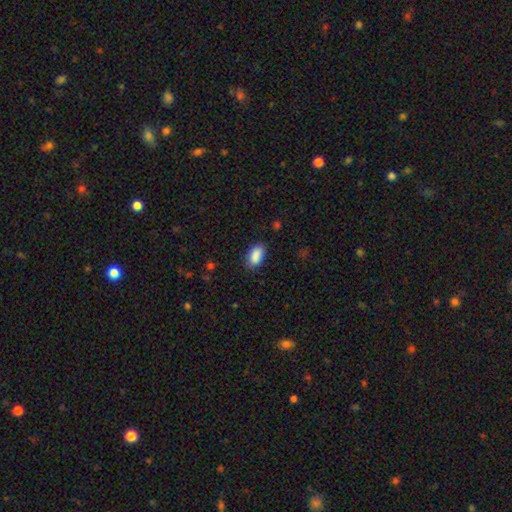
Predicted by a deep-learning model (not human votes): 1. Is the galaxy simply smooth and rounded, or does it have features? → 89% smooth, 7% star or artifact, 4% featured or disk.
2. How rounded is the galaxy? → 93% in between, 4% round, 3% cigar-shaped.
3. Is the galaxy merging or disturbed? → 81% none, 15% minor disturbance, 3% major disturbance, 1% merger.